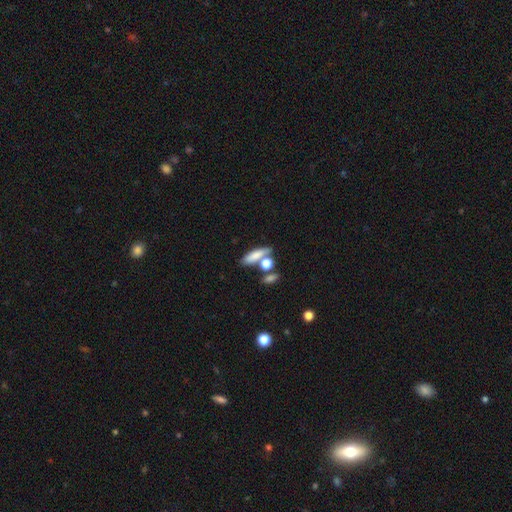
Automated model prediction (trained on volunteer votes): Q: Smooth or featured?
A: smooth (76%); runner-up: featured or disk (15%)
Q: How rounded?
A: in between (54%); runner-up: cigar-shaped (35%)
Q: Merging?
A: none (52%); runner-up: merger (29%)